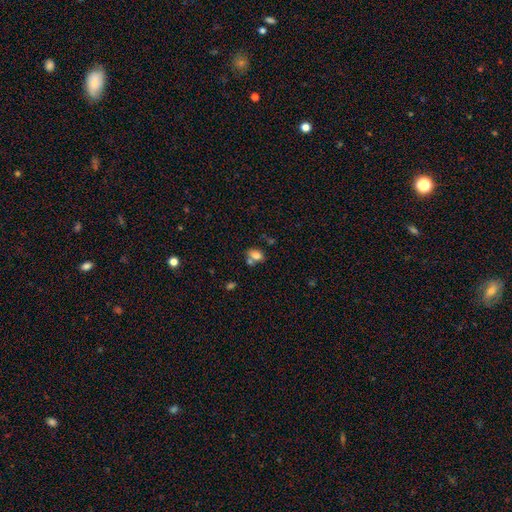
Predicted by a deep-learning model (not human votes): A smooth galaxy with no disk features (77%) that is in between round and cigar-shaped (77%). Merging: none (45%).